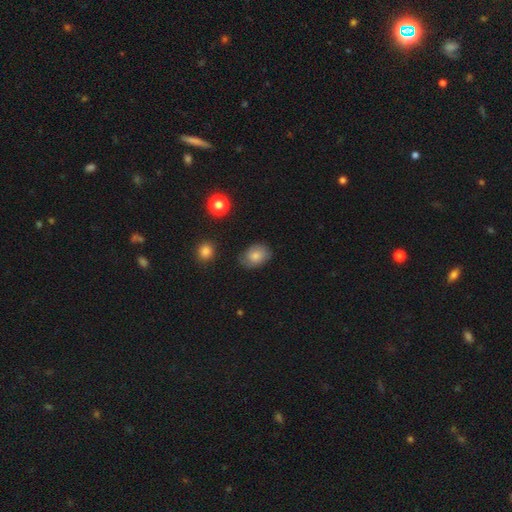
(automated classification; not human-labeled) This is likely a smooth galaxy (74%). How rounded: likely in between (69%). Merging: likely none (69%).